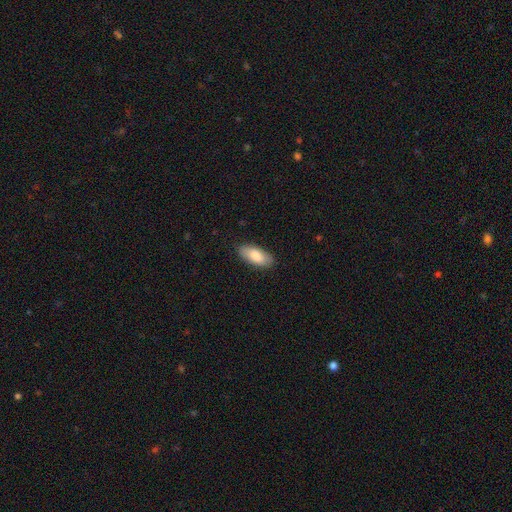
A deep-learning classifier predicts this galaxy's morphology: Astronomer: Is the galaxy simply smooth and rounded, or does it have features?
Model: smooth — 85%.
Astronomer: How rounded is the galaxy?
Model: in between — 86%.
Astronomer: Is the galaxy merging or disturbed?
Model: none — 87%.